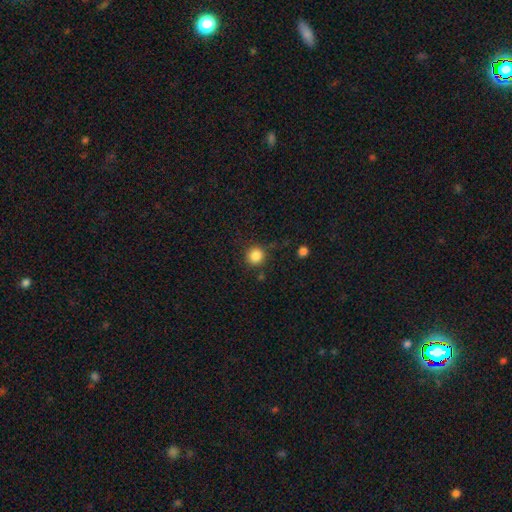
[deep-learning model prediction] Smooth or featured: smooth — 86% (star or artifact — 11%)
How rounded: round — 92% (in between — 7%)
Merging: none — 85% (minor disturbance — 9%)